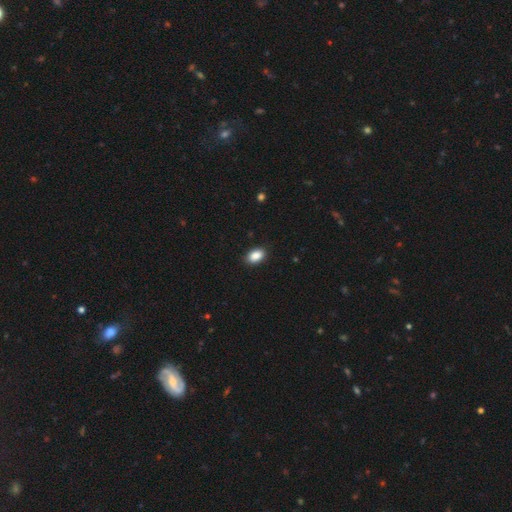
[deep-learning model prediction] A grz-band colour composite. It shows a smooth galaxy with no disk features (89%) that is in between round and cigar-shaped (89%). Merging: none (89%).